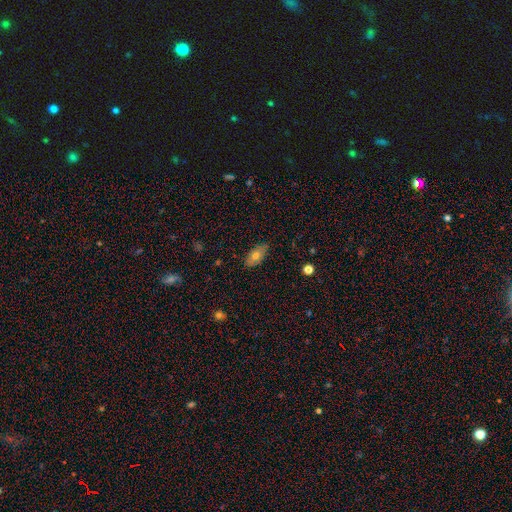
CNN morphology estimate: The model was most divided on "smooth or featured": smooth: 68%, featured or disk: 24%, star or artifact: 8%. More confident: how rounded — in between (88%); merging — none (81%).